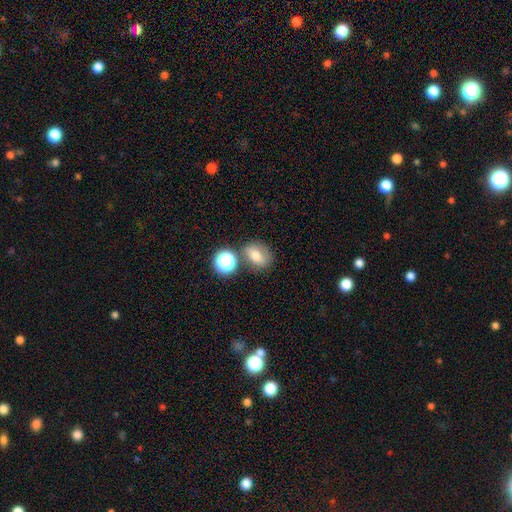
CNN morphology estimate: This is likely a smooth galaxy (66%). How rounded: possibly in between (54%). Merging: likely none (63%).